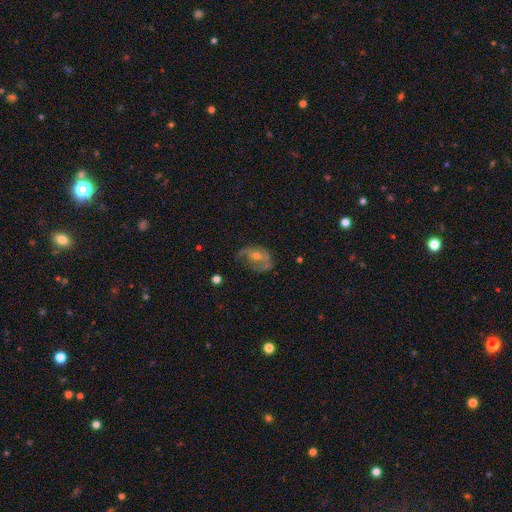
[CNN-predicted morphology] featured or disk 68%, smooth 21%, star or artifact 11%. Down the decision tree: edge-on disk — no (95%); bar — no (54%); spiral arms — yes (73%); bulge size — moderate (51%); merging — none (46%).